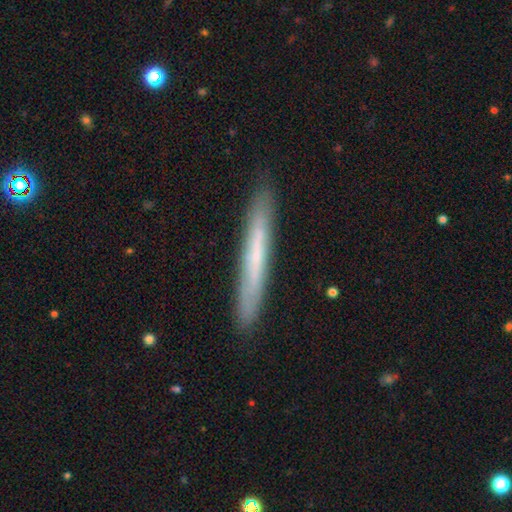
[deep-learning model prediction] This appears to be a smooth galaxy with no disk features (50%) that is cigar-shaped (97%). Merging: none (89%).